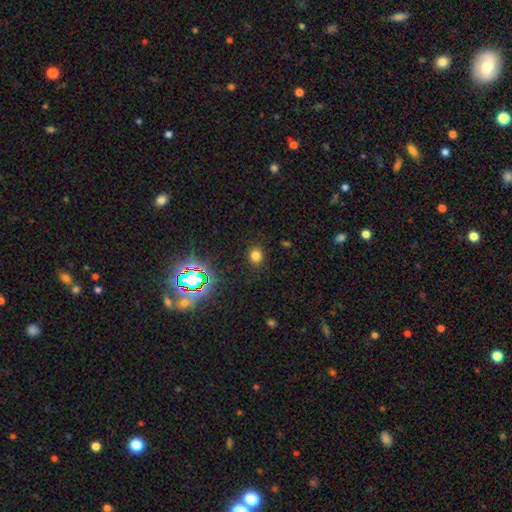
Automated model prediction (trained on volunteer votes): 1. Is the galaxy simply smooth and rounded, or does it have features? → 74% smooth, 20% star or artifact, 6% featured or disk.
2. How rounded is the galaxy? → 78% round, 21% in between, 1% cigar-shaped.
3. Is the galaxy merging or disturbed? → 88% none, 8% minor disturbance, 3% major disturbance, 1% merger.